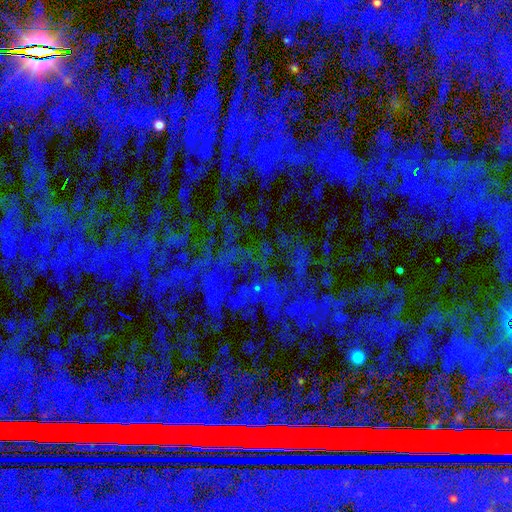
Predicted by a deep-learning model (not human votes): A star or artifact, not a galaxy (84%).